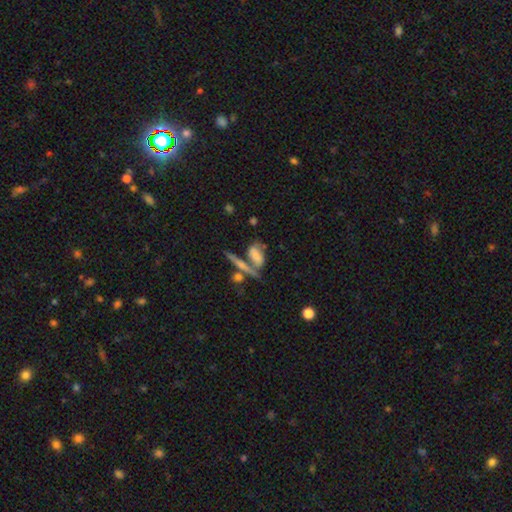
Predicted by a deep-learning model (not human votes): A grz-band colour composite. It shows a smooth galaxy with no disk features (45%). Merging: merger (37%).